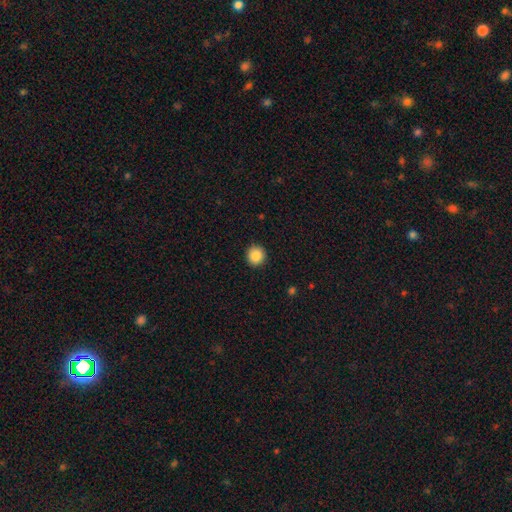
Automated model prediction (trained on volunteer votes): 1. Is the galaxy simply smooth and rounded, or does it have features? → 87% smooth, 9% star or artifact, 4% featured or disk.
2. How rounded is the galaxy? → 94% round, 5% in between, 1% cigar-shaped.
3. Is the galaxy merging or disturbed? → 93% none, 5% minor disturbance, 2% major disturbance, 1% merger.